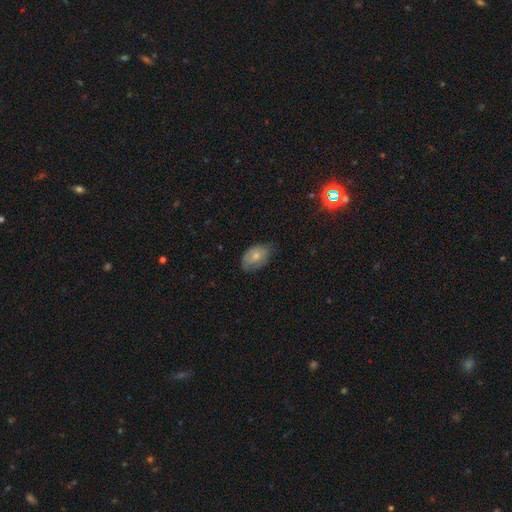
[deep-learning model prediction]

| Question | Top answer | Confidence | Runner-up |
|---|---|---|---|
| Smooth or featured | smooth | 73% | featured or disk (20%) |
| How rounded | in between | 89% | round (10%) |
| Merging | none | 60% | minor disturbance (33%) |